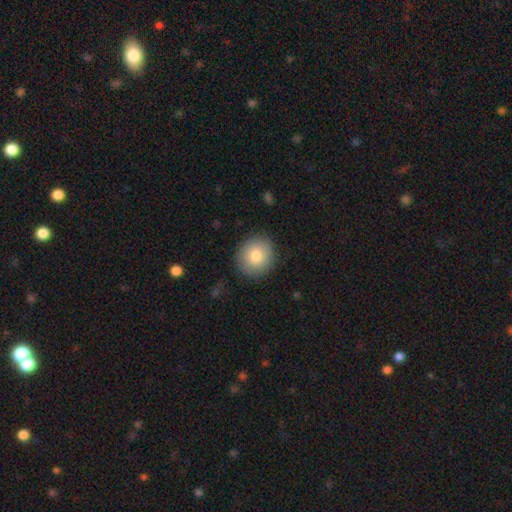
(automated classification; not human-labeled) A smooth galaxy with no disk features (81%) that is round (87%). Merging: none (88%).